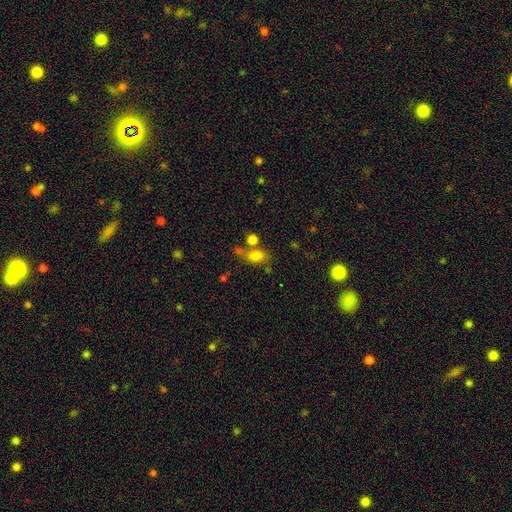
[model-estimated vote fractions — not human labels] Morphology: type=smooth (77%); roundness=in between (78%); merging=none (46%).